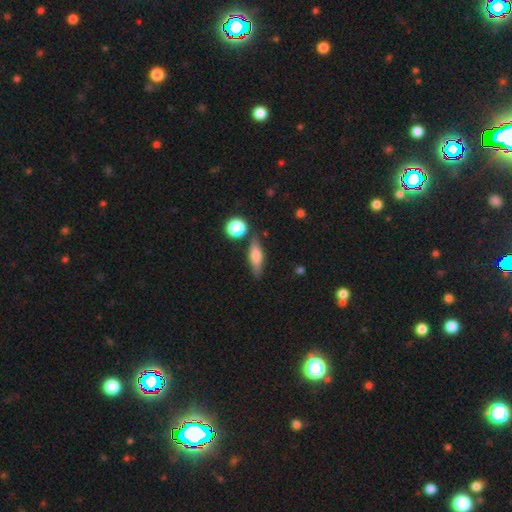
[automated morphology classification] smooth 57%, featured or disk 34%, star or artifact 8%. Down the decision tree: how rounded — cigar-shaped (47%, tied with in between); merging — none (77%).